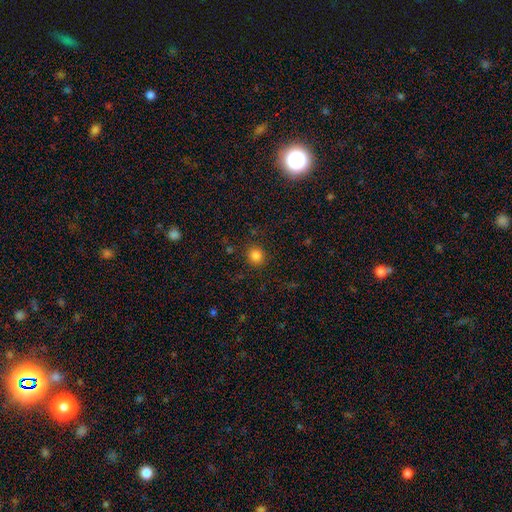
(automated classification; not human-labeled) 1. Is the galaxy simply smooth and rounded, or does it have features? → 83% smooth, 12% star or artifact, 4% featured or disk.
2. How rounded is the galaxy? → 87% round, 13% in between, 1% cigar-shaped.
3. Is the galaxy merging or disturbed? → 88% none, 8% minor disturbance, 3% major disturbance, 1% merger.